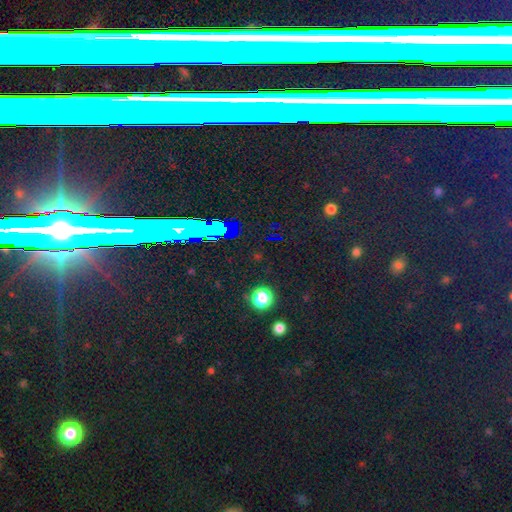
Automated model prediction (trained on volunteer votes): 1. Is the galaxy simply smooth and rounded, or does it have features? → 78% star or artifact, 12% smooth, 10% featured or disk.